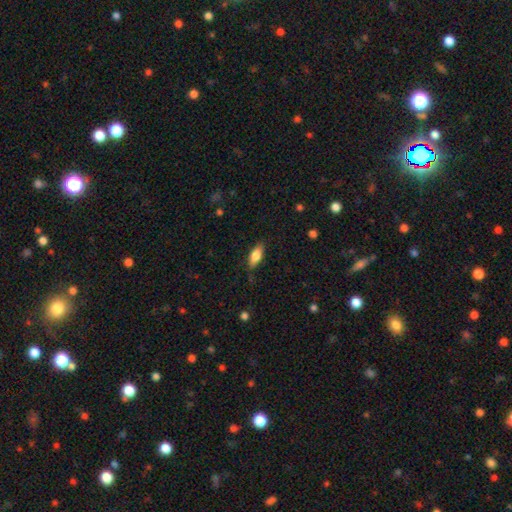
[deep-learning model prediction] smooth-or-featured: smooth: 77% | featured or disk: 16% | star or artifact: 7%
  how-rounded: in between: 78% | cigar-shaped: 19% | round: 3%
  merging: none: 81% | minor disturbance: 15% | major disturbance: 3% | merger: 1%